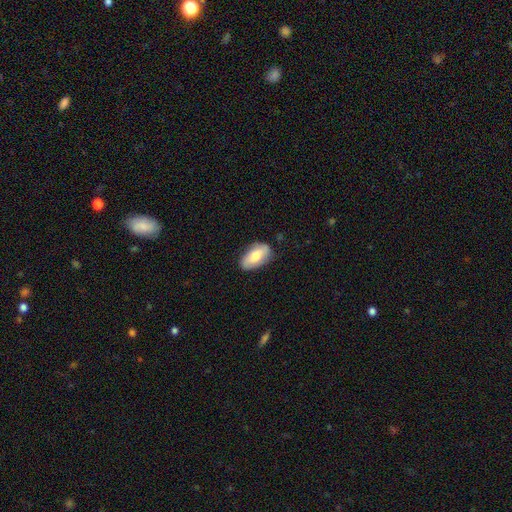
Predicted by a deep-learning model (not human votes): smooth 69%, featured or disk 25%, star or artifact 6%. Down the decision tree: how rounded — in between (93%); merging — none (77%).